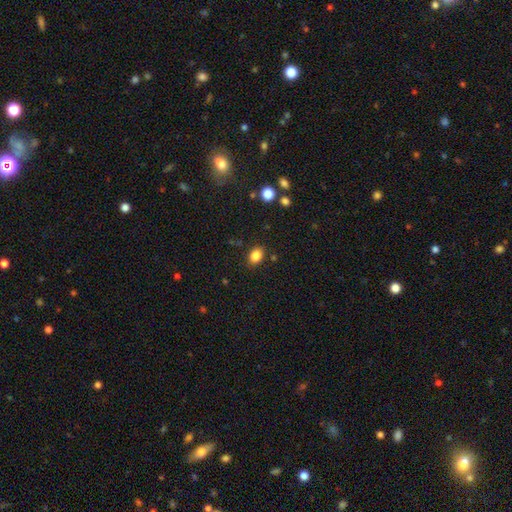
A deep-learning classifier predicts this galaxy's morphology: Overall: smooth (85%). How rounded: in between (70%). Merging: none (85%).